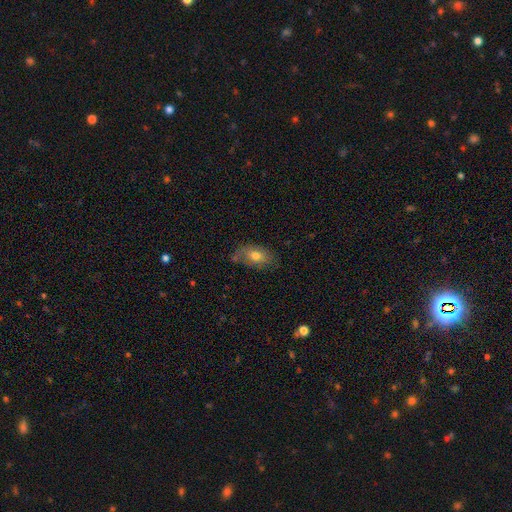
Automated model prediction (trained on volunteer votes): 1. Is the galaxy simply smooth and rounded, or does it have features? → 71% smooth, 21% featured or disk, 8% star or artifact.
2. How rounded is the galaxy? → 88% in between, 9% round, 3% cigar-shaped.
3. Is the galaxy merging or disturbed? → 62% none, 25% minor disturbance, 8% major disturbance, 6% merger.